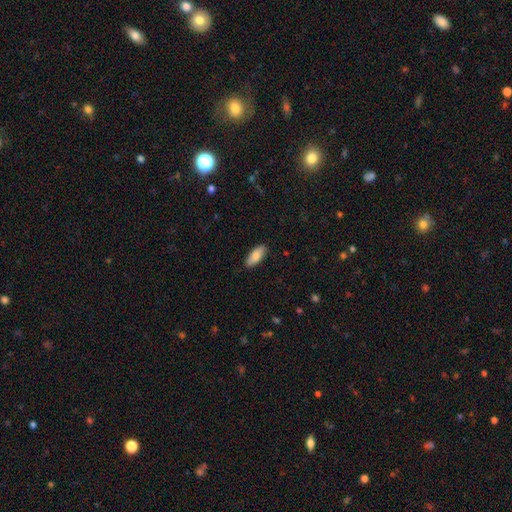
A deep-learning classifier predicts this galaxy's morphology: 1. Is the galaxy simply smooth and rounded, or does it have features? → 82% smooth, 12% featured or disk, 6% star or artifact.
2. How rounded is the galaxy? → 81% in between, 17% cigar-shaped, 2% round.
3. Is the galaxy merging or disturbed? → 88% none, 9% minor disturbance, 2% major disturbance, 1% merger.